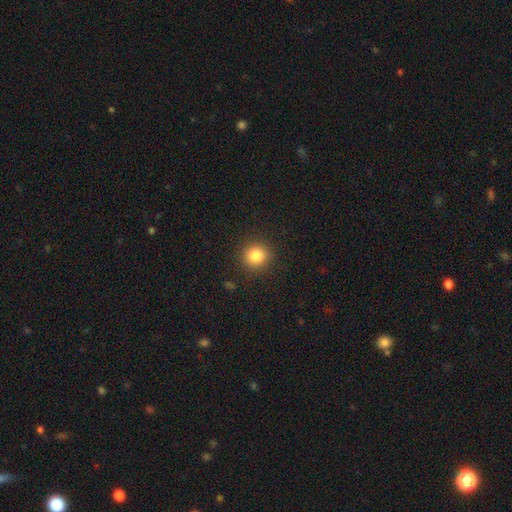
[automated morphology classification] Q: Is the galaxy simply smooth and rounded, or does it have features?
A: smooth — 84%.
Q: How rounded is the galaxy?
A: round — 91%.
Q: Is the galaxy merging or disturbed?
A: none — 90%.